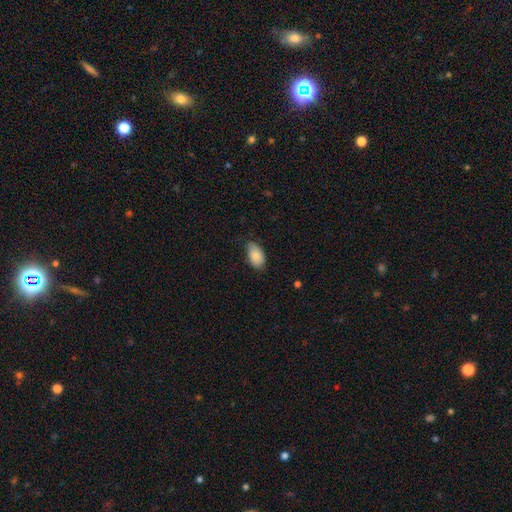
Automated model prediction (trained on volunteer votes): This is clearly a smooth galaxy (85%). How rounded: clearly in between (93%). Merging: likely none (67%).